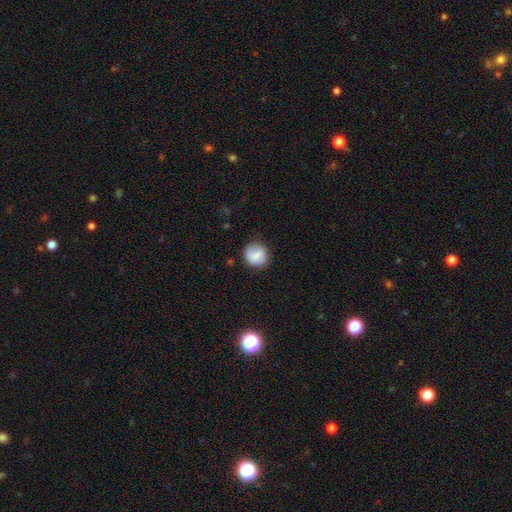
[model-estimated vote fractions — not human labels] This is likely a smooth galaxy (76%). How rounded: clearly round (84%). Merging: likely none (77%).